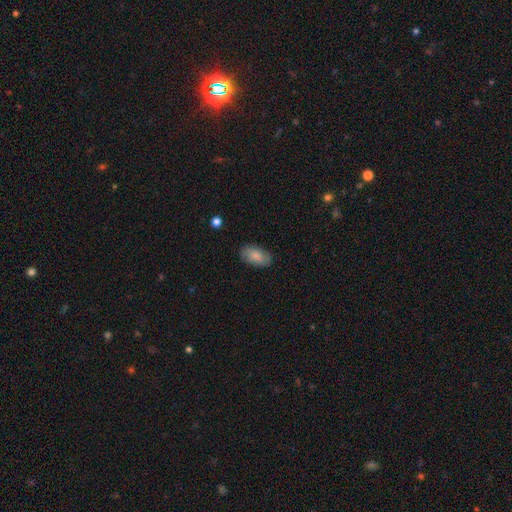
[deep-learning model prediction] Morphology: type=smooth (78%); roundness=in between (93%); merging=none (82%).